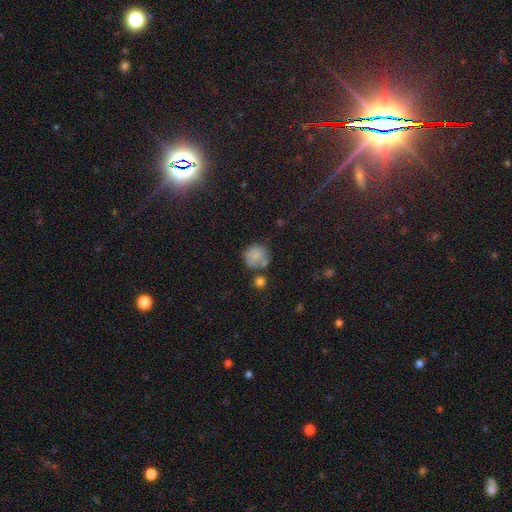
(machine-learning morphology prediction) The model was most divided on "merging": none: 55%, minor disturbance: 20%, merger: 17%, major disturbance: 8%. More confident: how rounded — round (88%); smooth or featured — smooth (80%).